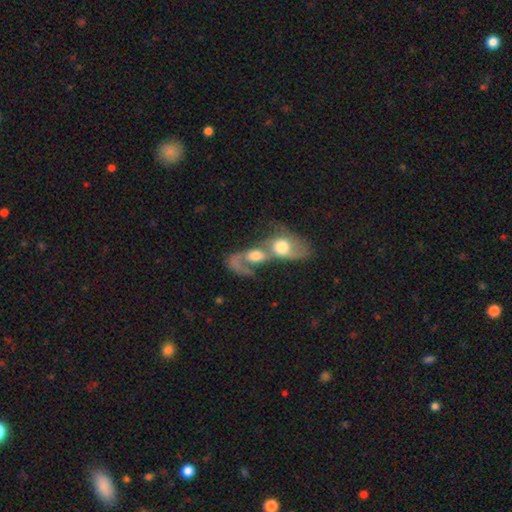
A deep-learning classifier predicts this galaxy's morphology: Smooth or featured: featured or disk — 54% (smooth — 37%)
Edge-on disk: no — 94% (yes — 6%)
Bar: no — 75% (weak — 20%)
Spiral arms: yes — 63% (no — 37%)
Bulge size: moderate — 50% (large — 32%)
Merging: merger — 84% (major disturbance — 7%)